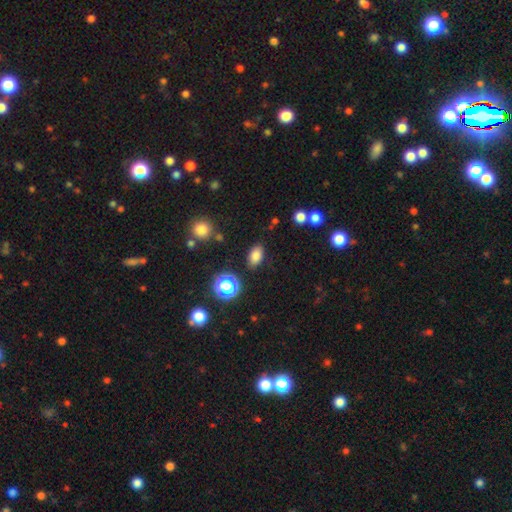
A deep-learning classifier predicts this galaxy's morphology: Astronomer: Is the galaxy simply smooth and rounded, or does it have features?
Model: smooth — 80%.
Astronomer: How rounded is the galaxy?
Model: in between — 87%.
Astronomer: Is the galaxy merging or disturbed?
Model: none — 85%.